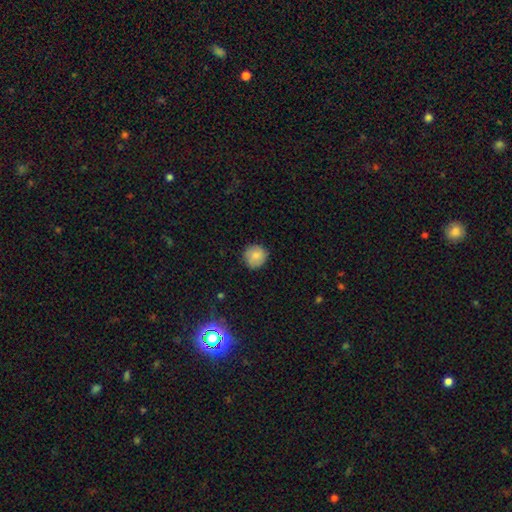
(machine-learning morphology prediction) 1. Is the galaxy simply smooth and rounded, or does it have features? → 79% smooth, 13% featured or disk, 9% star or artifact.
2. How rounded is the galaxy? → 92% round, 7% in between, 1% cigar-shaped.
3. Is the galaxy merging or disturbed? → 84% none, 12% minor disturbance, 2% major disturbance, 1% merger.